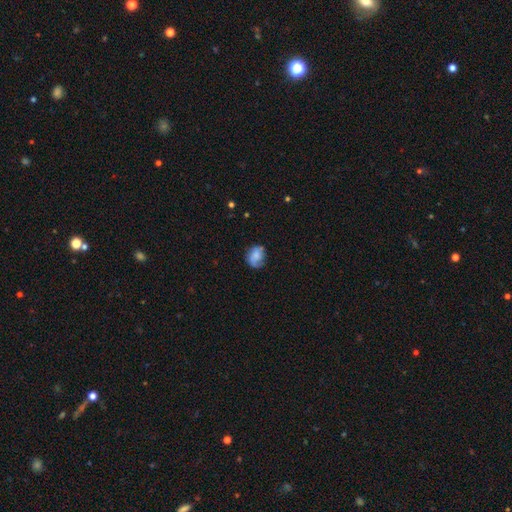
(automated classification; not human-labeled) Smooth or featured? smooth (65%)
How rounded? round (51%)
Merging? none (56%)